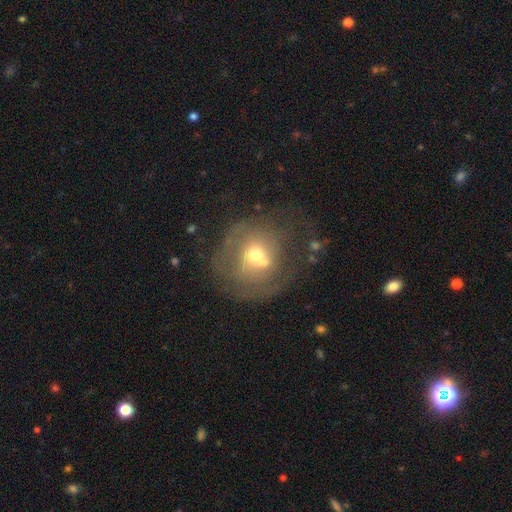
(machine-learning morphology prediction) A smooth galaxy with no disk features (44%).

Vote fractions:
- Smooth or featured? smooth: 44% / featured or disk: 43% / star or artifact: 13%
- Merging? none: 37% / merger: 24% / major disturbance: 21% / minor disturbance: 18%